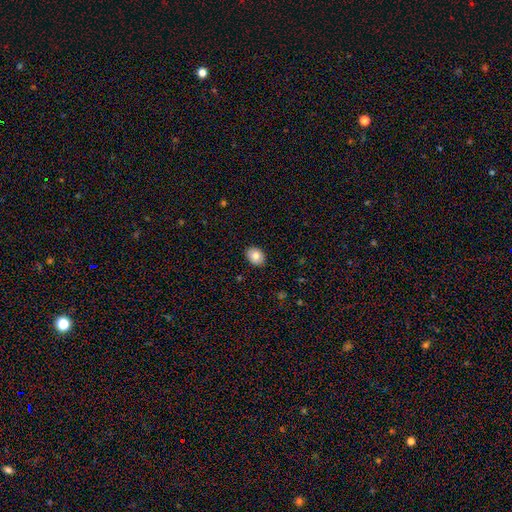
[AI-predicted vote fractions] The model was most divided on "how rounded": in between: 65%, round: 34%, cigar-shaped: 1%. More confident: merging — none (90%); smooth or featured — smooth (81%).